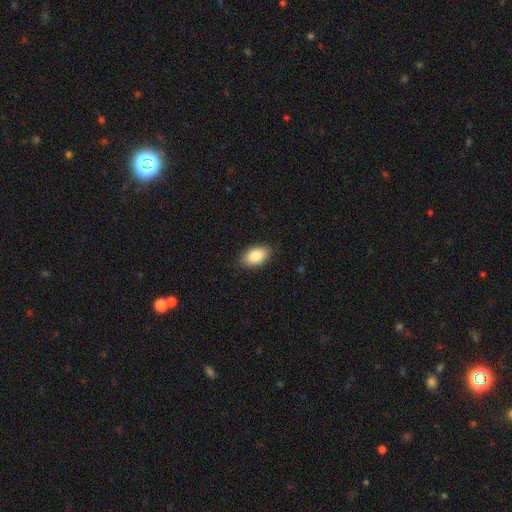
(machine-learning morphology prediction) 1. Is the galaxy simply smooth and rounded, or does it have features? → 87% smooth, 7% star or artifact, 7% featured or disk.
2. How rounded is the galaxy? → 93% in between, 6% round, 2% cigar-shaped.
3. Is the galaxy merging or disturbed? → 86% none, 11% minor disturbance, 2% major disturbance, 1% merger.